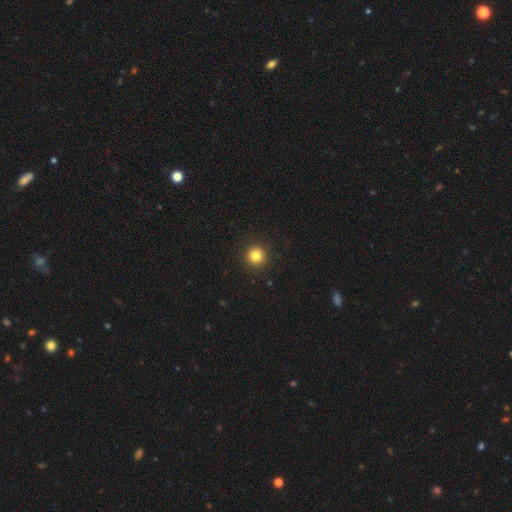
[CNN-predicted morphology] Smooth or featured? Predicted: smooth (p=0.83). How rounded? Predicted: round (p=0.96). Merging? Predicted: none (p=0.93).